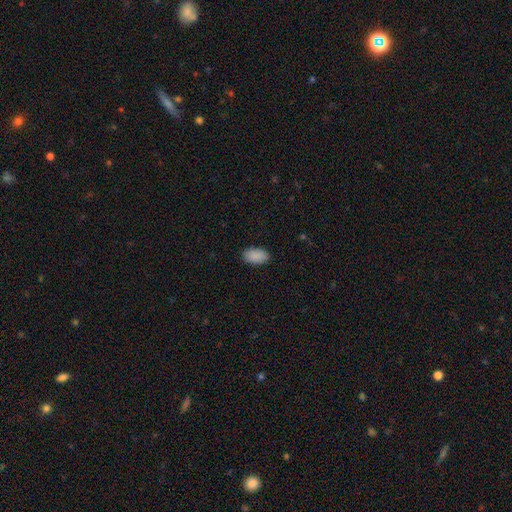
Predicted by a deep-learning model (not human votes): A smooth galaxy with no disk features (90%) that is in between round and cigar-shaped (94%). Merging: none (88%).